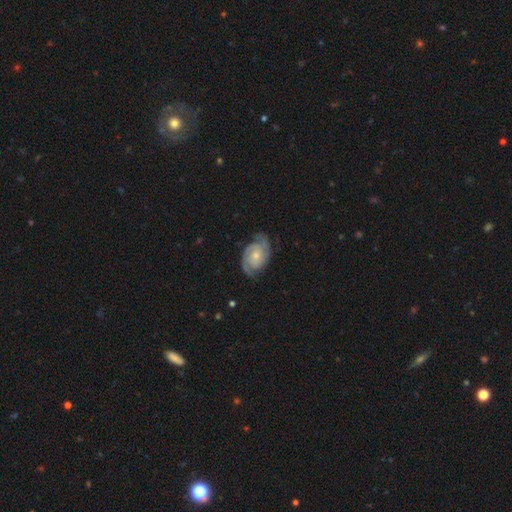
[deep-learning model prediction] A featured or disk galaxy (87%) with no bar (71%), 2 (82%) tight (56%) spiral arms (97%) and a moderate central bulge (53%). Merging: none (77%).